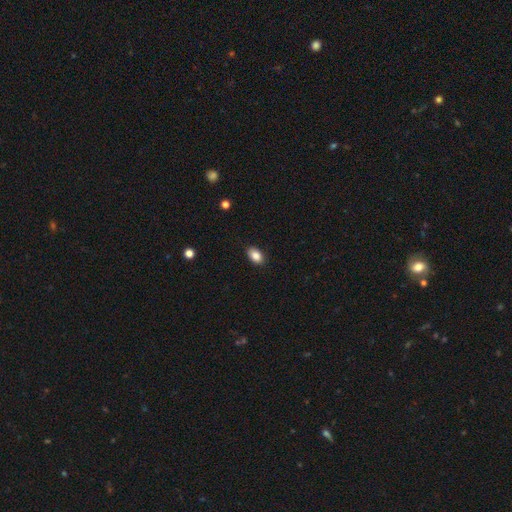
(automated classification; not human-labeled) A smooth galaxy with no disk features (87%) that is in between round and cigar-shaped (88%). Merging: none (88%).